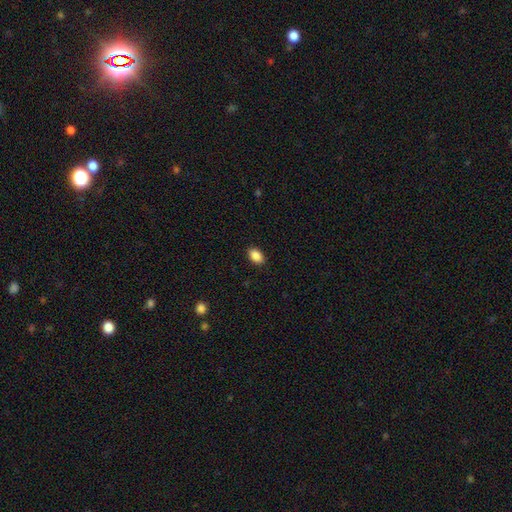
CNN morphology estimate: Smooth or featured?
  - smooth: 88% *
  - star or artifact: 8%
  - featured or disk: 3%
How rounded?
  - in between: 89% *
  - round: 9%
  - cigar-shaped: 1%
Merging?
  - none: 90% *
  - minor disturbance: 8%
  - major disturbance: 2%
  - merger: 1%